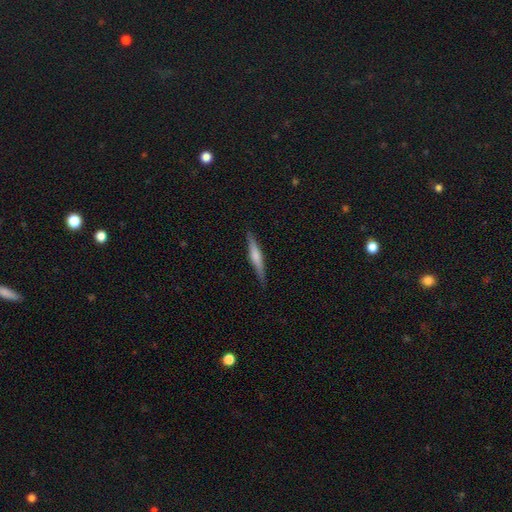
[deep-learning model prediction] Smooth or featured? Predicted: featured or disk (p=0.48). Merging? Predicted: none (p=0.88).